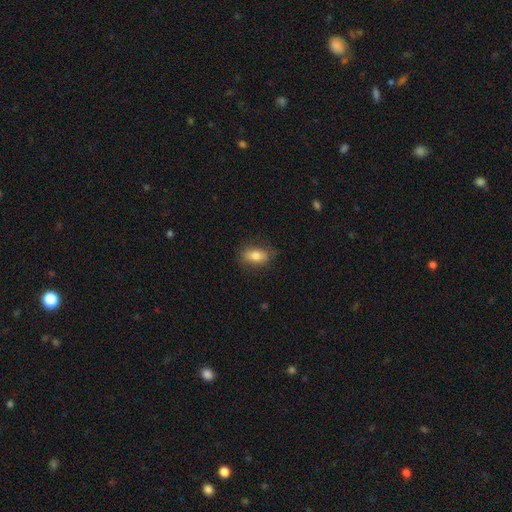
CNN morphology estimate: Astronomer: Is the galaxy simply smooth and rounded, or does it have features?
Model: smooth — 78%.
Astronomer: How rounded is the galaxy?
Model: in between — 86%.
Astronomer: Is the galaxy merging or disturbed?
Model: none — 78%.